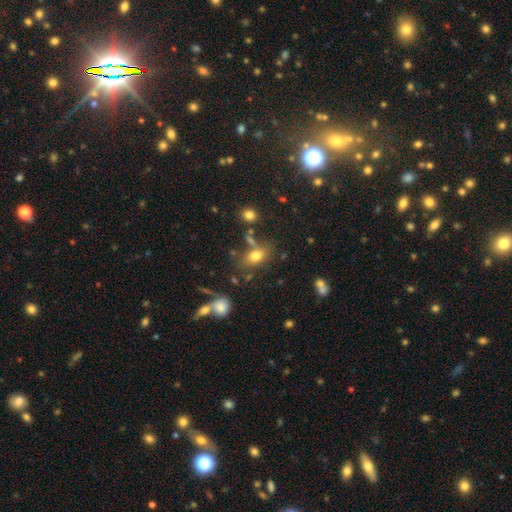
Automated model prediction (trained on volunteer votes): Smooth or featured? Predicted: smooth (p=0.76). How rounded? Predicted: in between (p=0.80). Merging? Predicted: none (p=0.63).